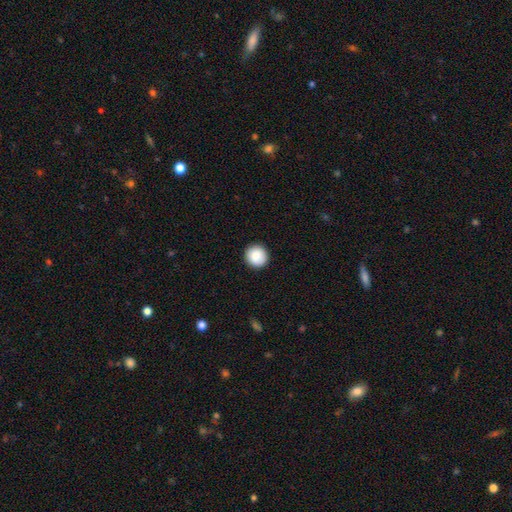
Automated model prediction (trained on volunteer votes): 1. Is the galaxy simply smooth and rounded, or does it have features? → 87% smooth, 8% star or artifact, 5% featured or disk.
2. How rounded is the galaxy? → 95% round, 4% in between, 1% cigar-shaped.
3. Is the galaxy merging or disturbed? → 92% none, 5% minor disturbance, 2% major disturbance, 1% merger.